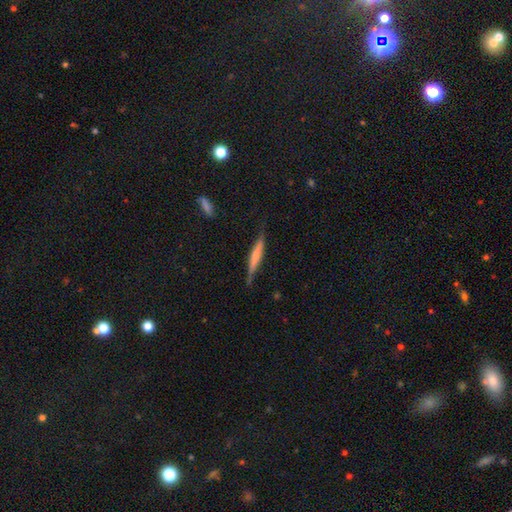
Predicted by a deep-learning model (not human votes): A featured or disk galaxy (47%, tied with smooth).

Vote fractions:
- Smooth or featured? featured or disk: 47% (tied) / smooth: 47% (tied) / star or artifact: 6%
- Merging? none: 76% / minor disturbance: 19% / major disturbance: 4% / merger: 2%